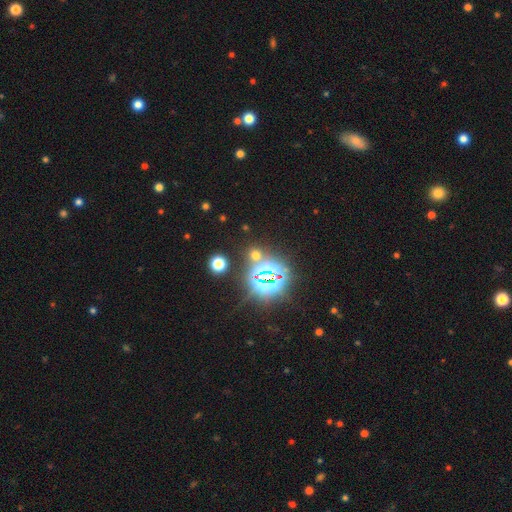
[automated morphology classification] Smooth or featured? star or artifact (55%)